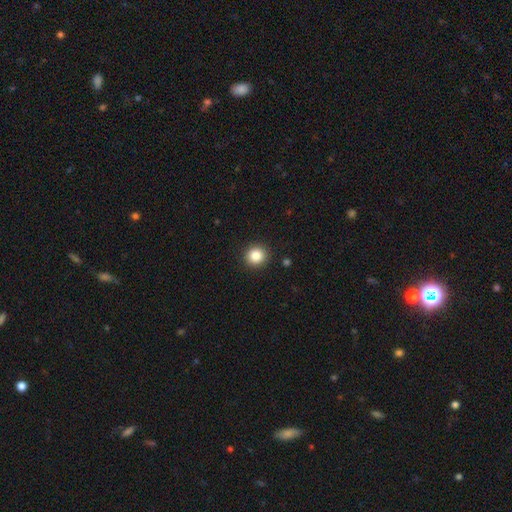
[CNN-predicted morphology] The model was most divided on "smooth or featured": smooth: 86%, star or artifact: 10%, featured or disk: 4%. More confident: how rounded — round (92%); merging — none (92%).